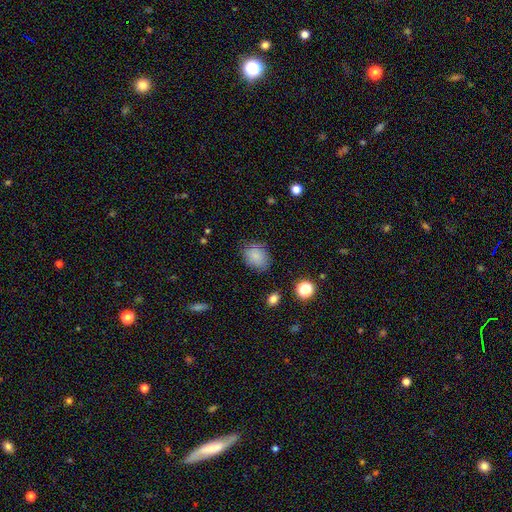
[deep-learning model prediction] Overall: smooth (83%). How rounded: in between (60%; round 39%). Merging: none (78%).